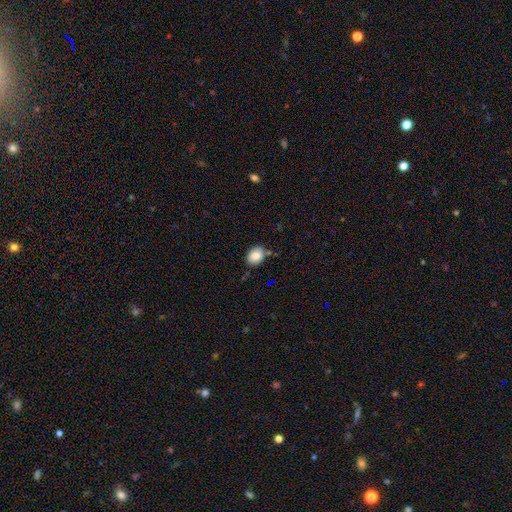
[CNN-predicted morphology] Overall: smooth (84%). How rounded: in between (56%; round 43%). Merging: none (76%).